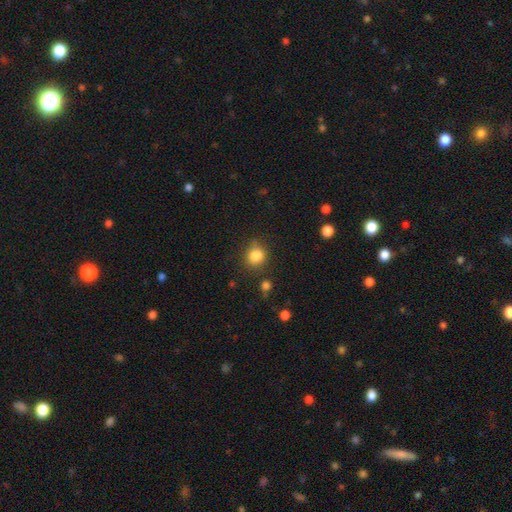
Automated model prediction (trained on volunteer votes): Morphology: type=smooth (84%); roundness=round (77%); merging=none (74%).